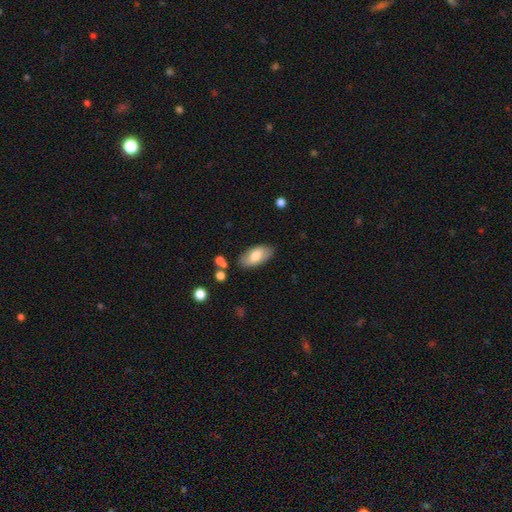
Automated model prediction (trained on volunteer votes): The model was most divided on "smooth or featured": smooth: 72%, featured or disk: 22%, star or artifact: 6%. More confident: how rounded — in between (93%); merging — none (81%).